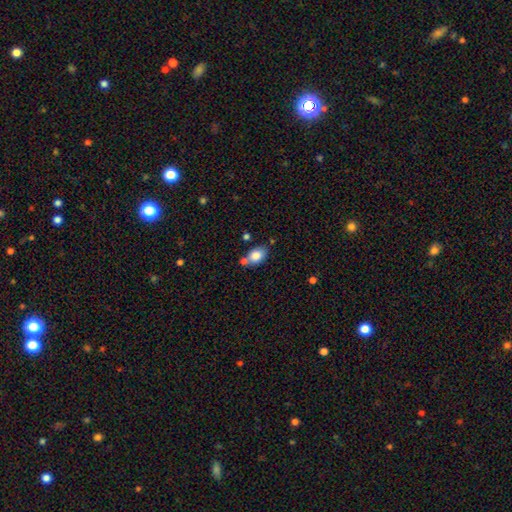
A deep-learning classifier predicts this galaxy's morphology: smooth 82%, featured or disk 10%, star or artifact 8%. Down the decision tree: how rounded — in between (82%); merging — none (59%).